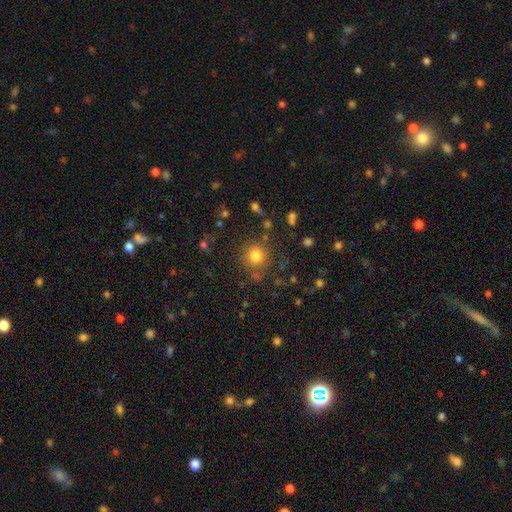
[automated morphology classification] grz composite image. It shows a smooth galaxy with no disk features (79%) that is round (92%). Merging: none (81%).